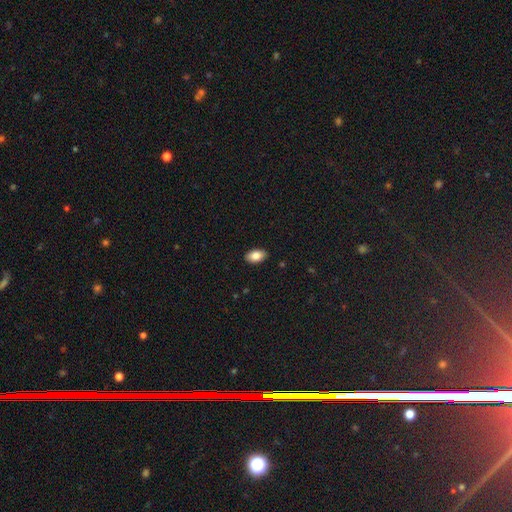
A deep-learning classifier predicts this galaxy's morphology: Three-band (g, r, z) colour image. It shows a smooth galaxy with no disk features (85%) that is in between round and cigar-shaped (93%). Merging: none (89%).